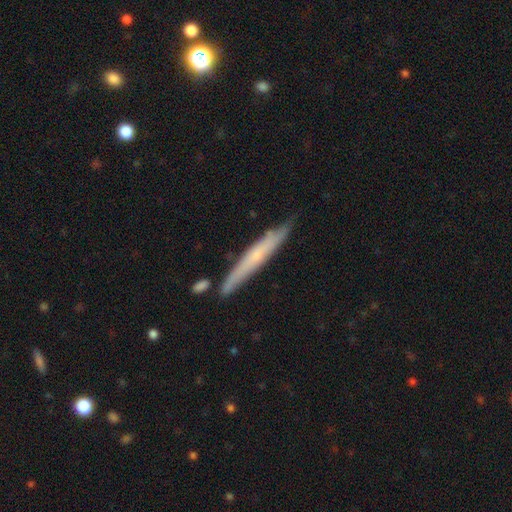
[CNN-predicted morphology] Smooth or featured: featured or disk — 53% (smooth — 40%)
Edge-on disk: yes — 89% (no — 11%)
Merging: none — 78% (minor disturbance — 15%)